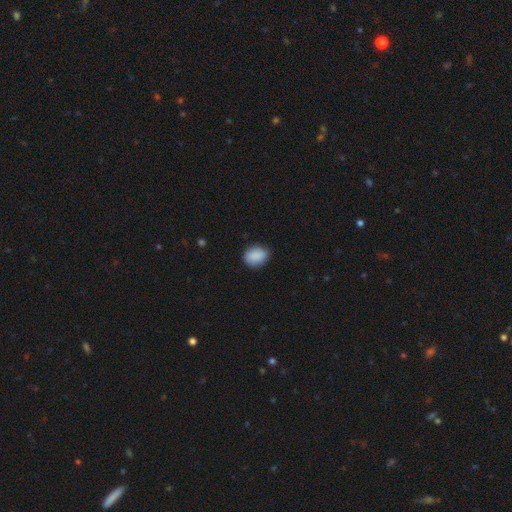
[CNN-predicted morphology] This appears to be a smooth galaxy with no disk features (89%) that is in between round and cigar-shaped (58%). Merging: none (80%).